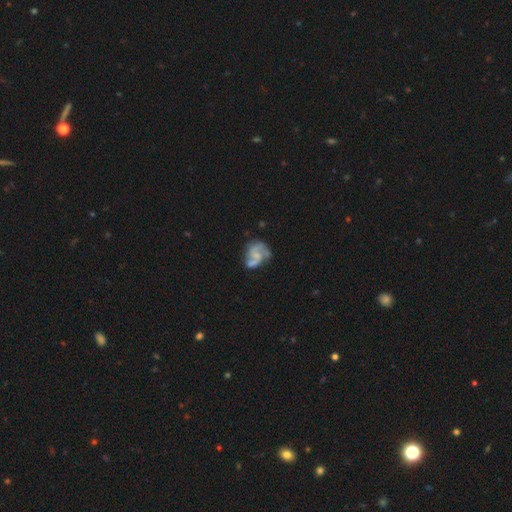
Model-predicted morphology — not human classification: type=featured or disk (75%); edge-on=no (98%); bar=no (52%); spiral arms=yes (88%); winding=medium (47%); arm count=2 (72%); bulge=none (46%); merging=none (47%).